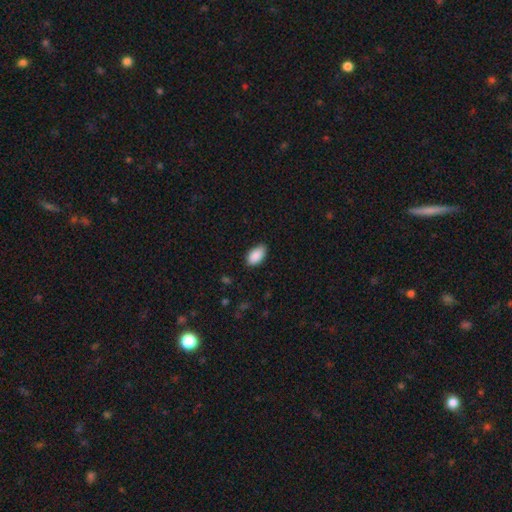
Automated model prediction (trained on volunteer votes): Overall: smooth (90%). How rounded: in between (94%). Merging: none (82%).